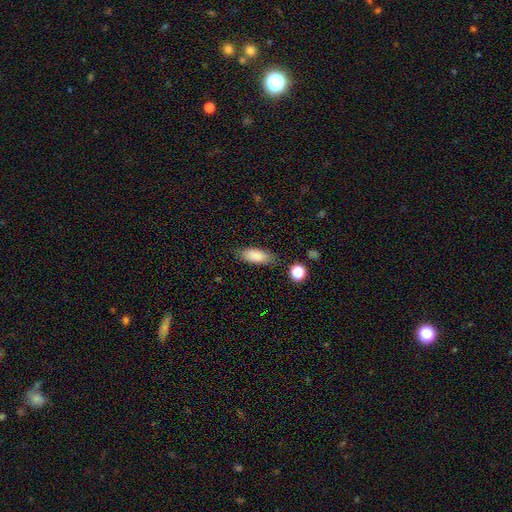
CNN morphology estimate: The model was most divided on "how rounded": in between: 80%, cigar-shaped: 17%, round: 3%. More confident: smooth or featured — smooth (86%); merging — none (80%).